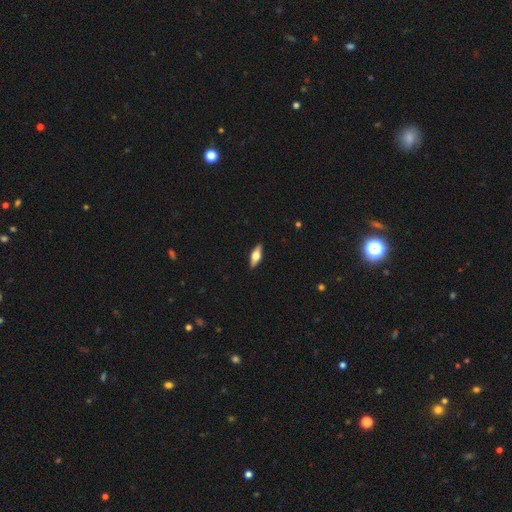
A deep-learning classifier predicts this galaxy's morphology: type=smooth (49%); merging=none (89%).